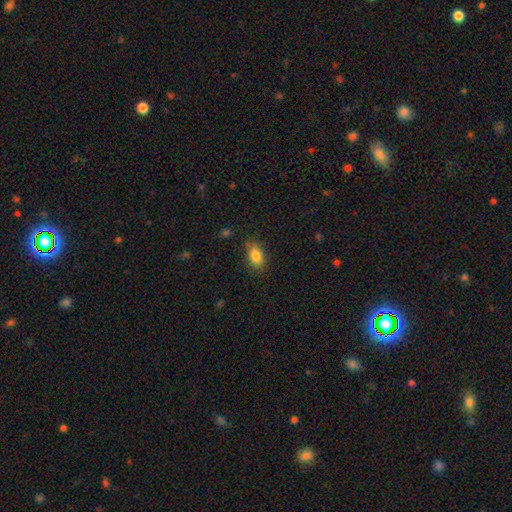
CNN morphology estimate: This is clearly a smooth galaxy (84%). How rounded: clearly in between (88%). Merging: clearly none (82%).